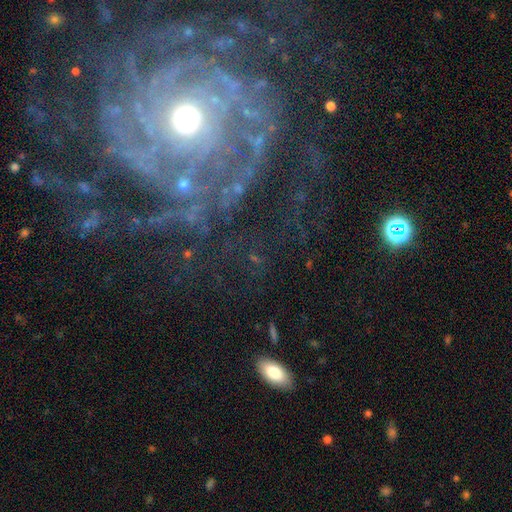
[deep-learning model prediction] Smooth or featured? featured or disk (61%)
Edge-on disk? no (89%)
Bar? no (54%)
Spiral arms? yes (81%)
Bulge size? small (52%)
Merging? none (71%)